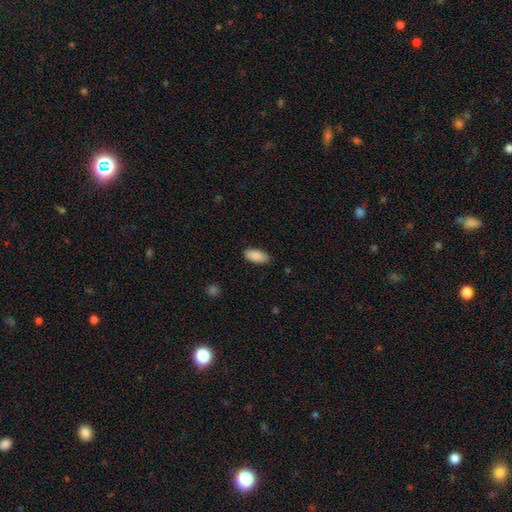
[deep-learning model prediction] A smooth galaxy with no disk features (89%) that is in between round and cigar-shaped (90%).

Vote fractions:
- Smooth or featured? smooth: 89% / star or artifact: 6% / featured or disk: 4%
- How rounded? in between: 90% / cigar-shaped: 8% / round: 2%
- Merging? none: 85% / minor disturbance: 12% / major disturbance: 2% / merger: 1%